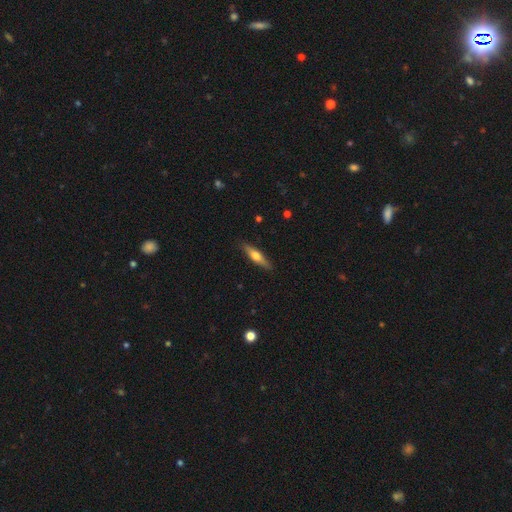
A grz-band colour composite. It shows a smooth galaxy with no disk features (58%) that is cigar-shaped (68%). Merging: none (76%).